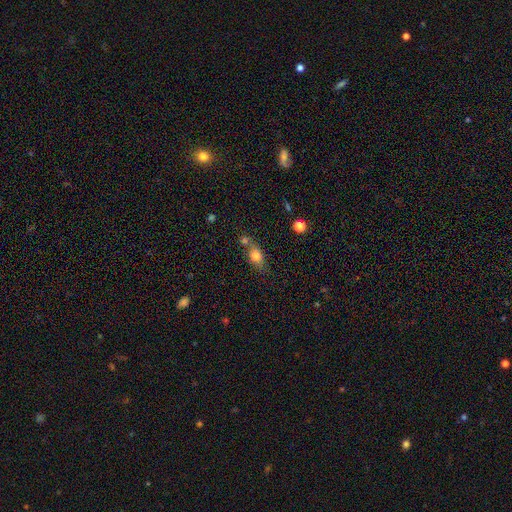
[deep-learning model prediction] smooth-or-featured: smooth: 74% | featured or disk: 16% | star or artifact: 10%
  how-rounded: in between: 72% | round: 19% | cigar-shaped: 9%
  merging: none: 55% | merger: 24% | minor disturbance: 16% | major disturbance: 5%